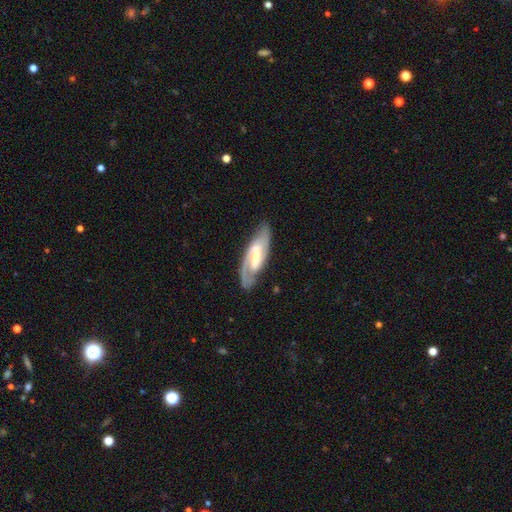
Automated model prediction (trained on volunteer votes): Smooth or featured? Predicted: featured or disk (p=0.82). Edge-on disk? Predicted: no (p=0.91). Bar? Predicted: weak (p=0.42). Spiral arms? Predicted: yes (p=0.94). Spiral winding? Predicted: medium (p=0.49). Spiral arm count? Predicted: 2 (p=0.81). Bulge size? Predicted: moderate (p=0.41). Merging? Predicted: none (p=0.77).